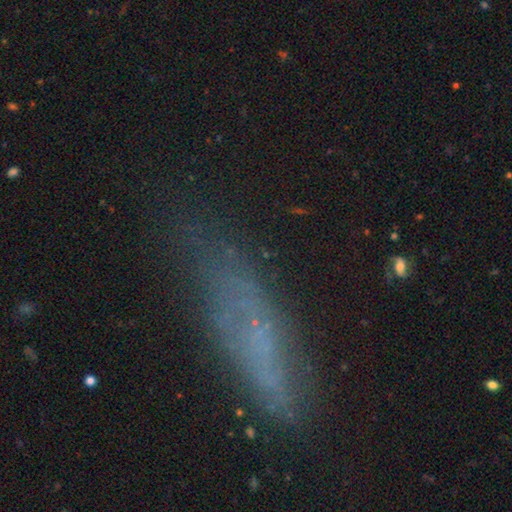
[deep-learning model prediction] A smooth galaxy with no disk features (46%). Merging: none (66%).